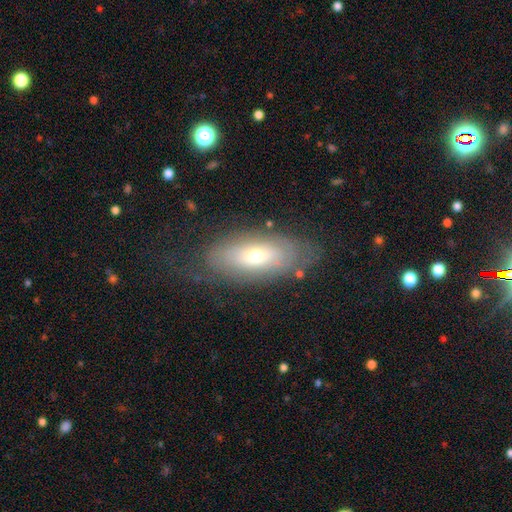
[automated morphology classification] smooth_or_featured: smooth (p=0.49) [alt: featured or disk p=0.43]
merging: none (p=0.68) [alt: minor disturbance p=0.20]